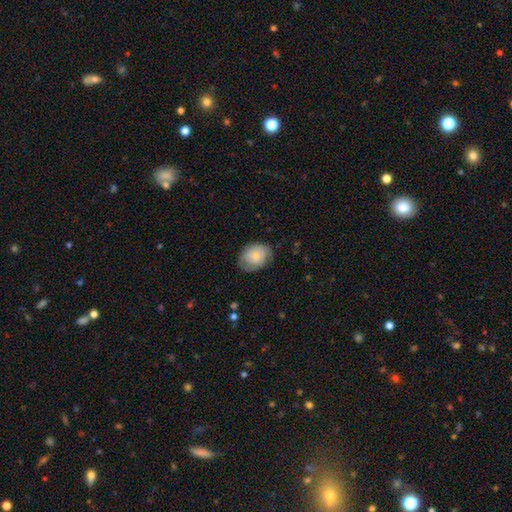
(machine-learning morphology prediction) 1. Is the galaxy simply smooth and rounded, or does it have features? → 72% smooth, 21% featured or disk, 7% star or artifact.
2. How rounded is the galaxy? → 62% in between, 37% round, 1% cigar-shaped.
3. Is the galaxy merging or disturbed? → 67% none, 25% minor disturbance, 7% major disturbance, 1% merger.